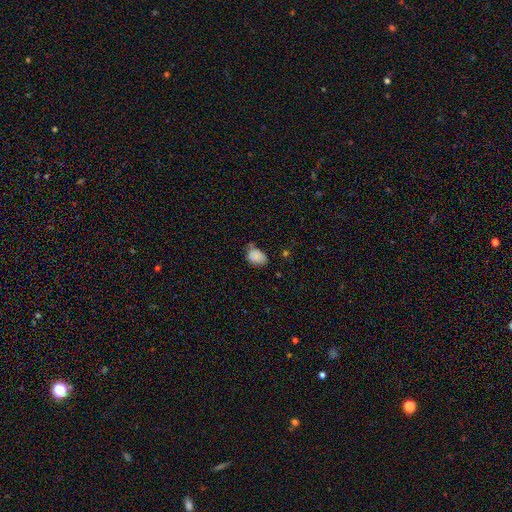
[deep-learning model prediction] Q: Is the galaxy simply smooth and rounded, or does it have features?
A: smooth — 85%.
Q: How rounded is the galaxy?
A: in between — 75%.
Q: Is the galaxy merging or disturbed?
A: none — 54%.